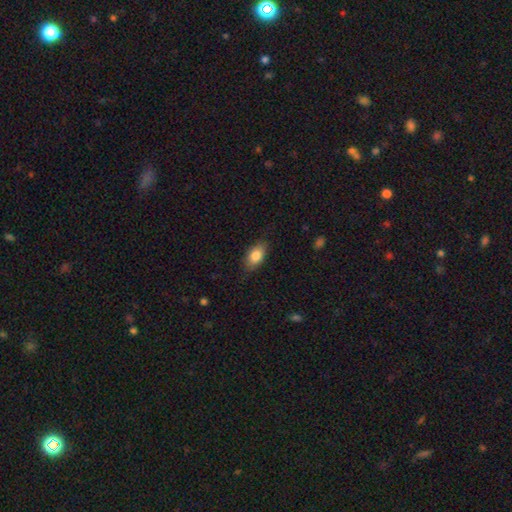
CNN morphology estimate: Smooth or featured?
  - smooth: 83% *
  - featured or disk: 10%
  - star or artifact: 7%
How rounded?
  - in between: 89% *
  - round: 7%
  - cigar-shaped: 5%
Merging?
  - none: 82% *
  - minor disturbance: 14%
  - major disturbance: 3%
  - merger: 1%